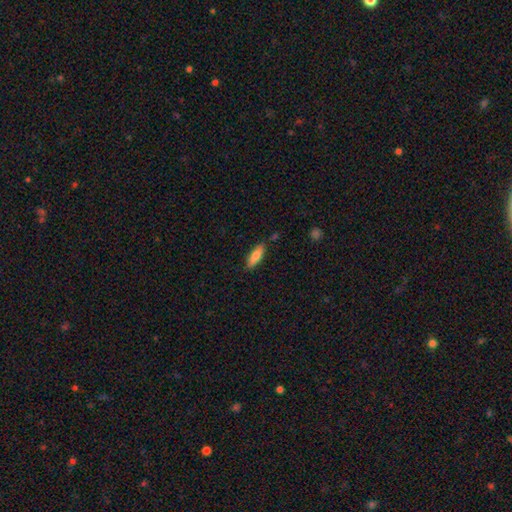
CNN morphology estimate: A smooth galaxy with no disk features (80%) that is in between round and cigar-shaped (52%).

Vote fractions:
- Smooth or featured? smooth: 80% / featured or disk: 14% / star or artifact: 6%
- How rounded? in between: 52% / cigar-shaped: 46% / round: 2%
- Merging? none: 83% / minor disturbance: 12% / merger: 3% / major disturbance: 2%